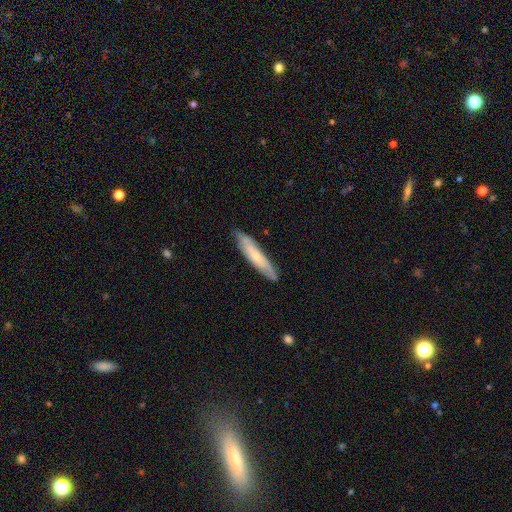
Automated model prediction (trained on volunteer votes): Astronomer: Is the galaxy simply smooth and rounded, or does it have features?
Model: smooth — 56% (runner-up: featured or disk, 39%).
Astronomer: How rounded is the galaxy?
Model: cigar-shaped — 84%.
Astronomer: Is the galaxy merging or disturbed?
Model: none — 82%.